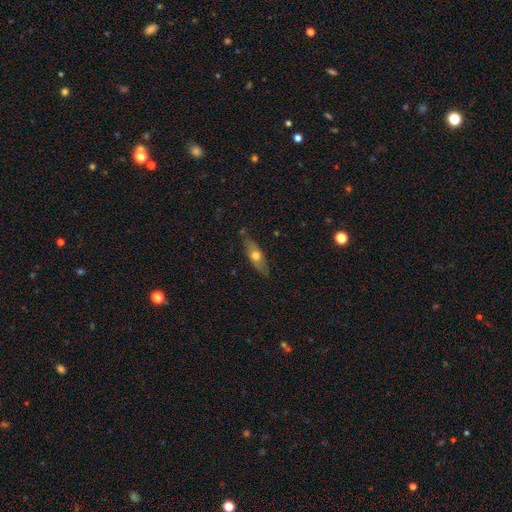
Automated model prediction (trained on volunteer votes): Smooth or featured?
  - smooth: 54% *
  - featured or disk: 39%
  - star or artifact: 6%
How rounded?
  - in between: 59% *
  - cigar-shaped: 37%
  - round: 4%
Merging?
  - none: 75% *
  - minor disturbance: 19%
  - major disturbance: 4%
  - merger: 3%